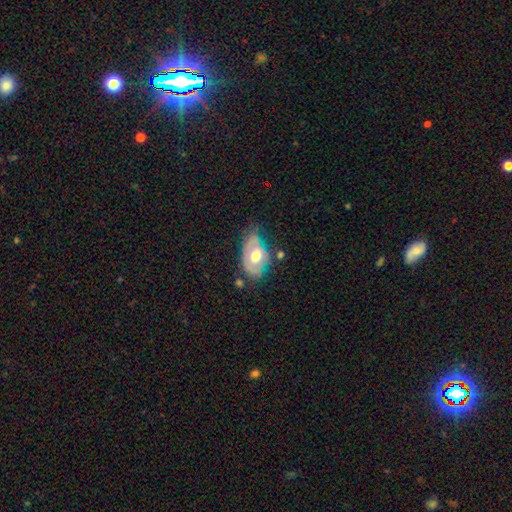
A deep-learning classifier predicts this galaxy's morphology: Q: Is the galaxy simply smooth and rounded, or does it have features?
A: featured or disk — 48%.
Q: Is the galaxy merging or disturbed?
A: minor disturbance — 38%.